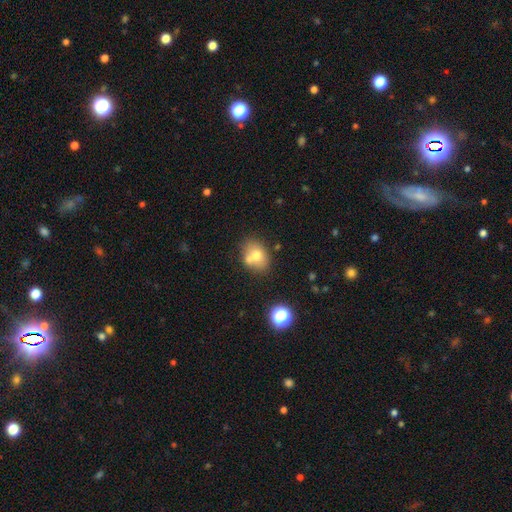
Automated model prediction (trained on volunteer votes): Overall: smooth (70%). How rounded: in between (57%; round 42%). Merging: none (57%; merger 25%).